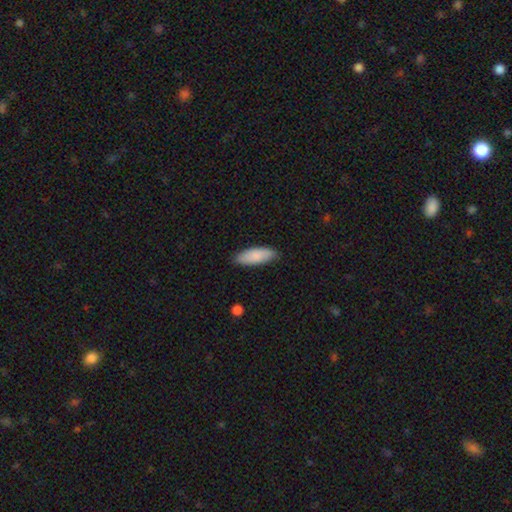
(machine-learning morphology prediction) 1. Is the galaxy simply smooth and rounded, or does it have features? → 86% smooth, 9% featured or disk, 5% star or artifact.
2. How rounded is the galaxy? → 71% in between, 27% cigar-shaped, 2% round.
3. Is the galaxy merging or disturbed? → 85% none, 12% minor disturbance, 2% major disturbance, 1% merger.